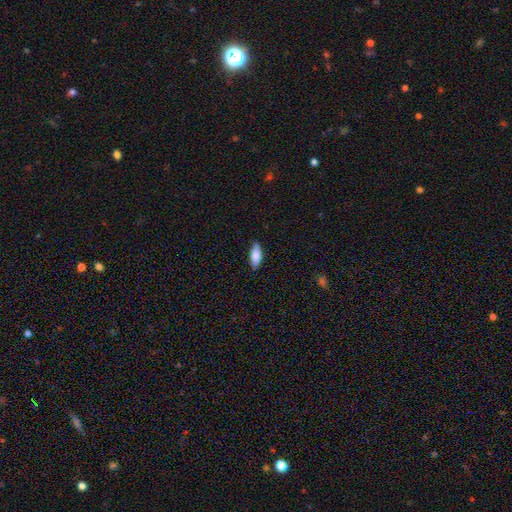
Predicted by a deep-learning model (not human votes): Smooth or featured: smooth — 83% (featured or disk — 11%)
How rounded: in between — 77% (cigar-shaped — 21%)
Merging: none — 86% (minor disturbance — 11%)